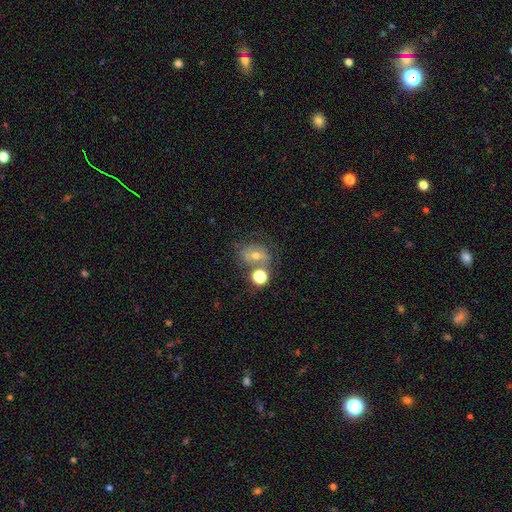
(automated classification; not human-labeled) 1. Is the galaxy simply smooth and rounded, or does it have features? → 42% smooth, 40% featured or disk, 18% star or artifact.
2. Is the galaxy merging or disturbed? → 48% none, 27% merger, 16% minor disturbance, 10% major disturbance.